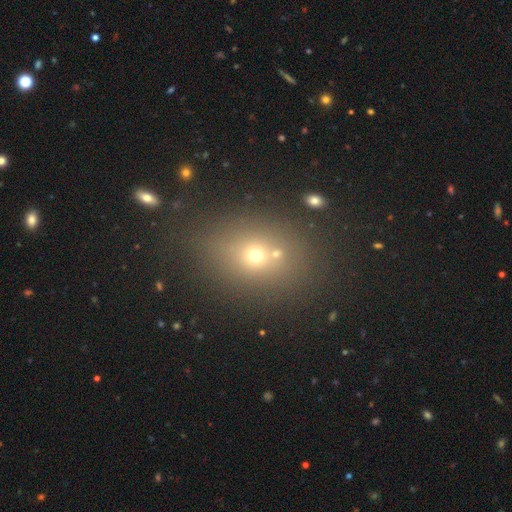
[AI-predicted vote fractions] Smooth or featured?
  - smooth: 56% *
  - star or artifact: 29%
  - featured or disk: 15%
How rounded?
  - round: 49% * (tied)
  - in between: 49% * (tied)
  - cigar-shaped: 2%
Merging?
  - none: 68% *
  - merger: 18%
  - minor disturbance: 10%
  - major disturbance: 5%